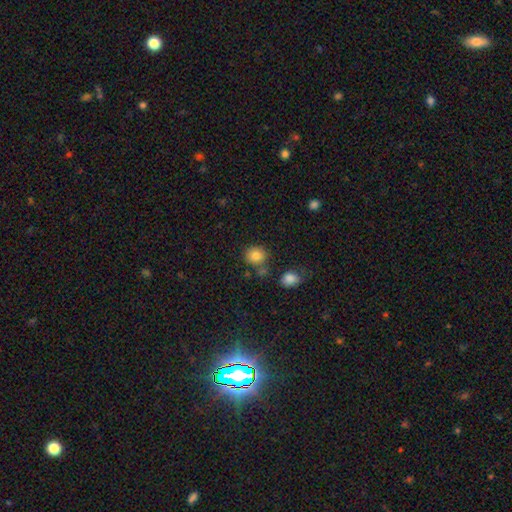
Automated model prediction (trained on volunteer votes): Smooth or featured? smooth (82%)
How rounded? round (81%)
Merging? none (73%)